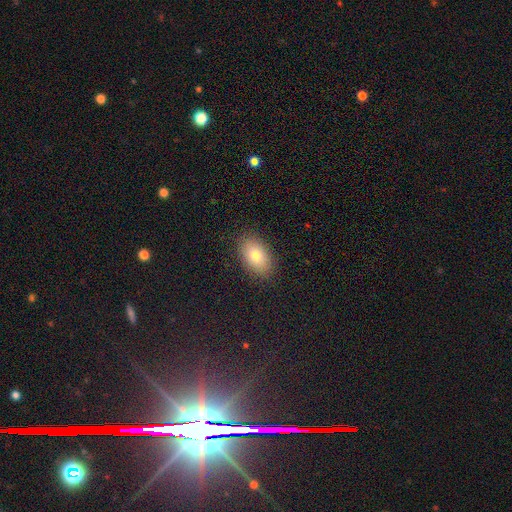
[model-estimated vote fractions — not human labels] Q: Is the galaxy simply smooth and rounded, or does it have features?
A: smooth — 79%.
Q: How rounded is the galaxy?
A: in between — 90%.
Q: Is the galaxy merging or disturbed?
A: none — 88%.